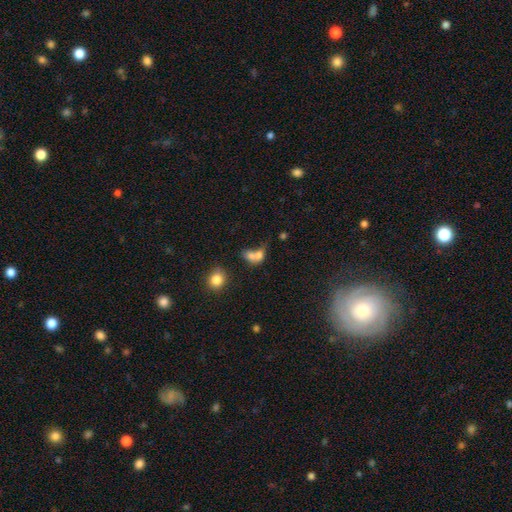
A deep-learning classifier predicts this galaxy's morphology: Overall: smooth (72%). How rounded: in between (59%; round 38%). Merging: merger (66%).